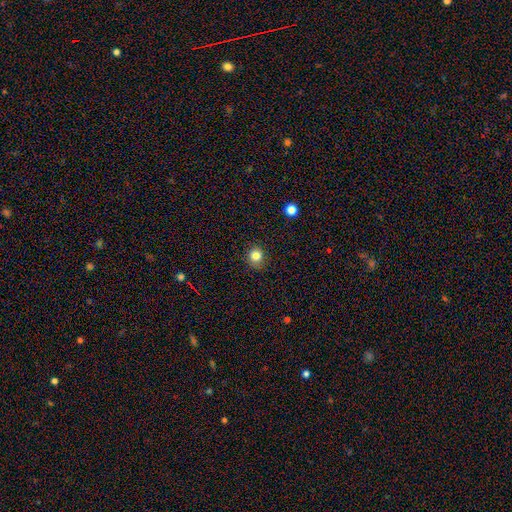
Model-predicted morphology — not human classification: smooth-or-featured: smooth: 82% | star or artifact: 12% | featured or disk: 5%
  how-rounded: round: 86% | in between: 14% | cigar-shaped: 1%
  merging: none: 85% | minor disturbance: 11% | major disturbance: 3% | merger: 1%